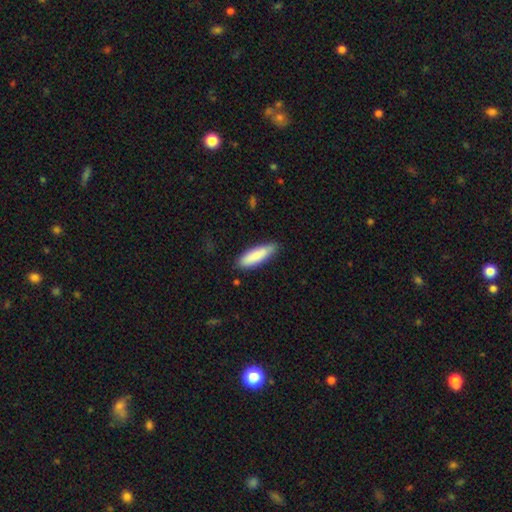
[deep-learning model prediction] Smooth or featured: smooth — 86% (featured or disk — 9%)
How rounded: cigar-shaped — 54% (in between — 45%)
Merging: none — 79% (minor disturbance — 17%)